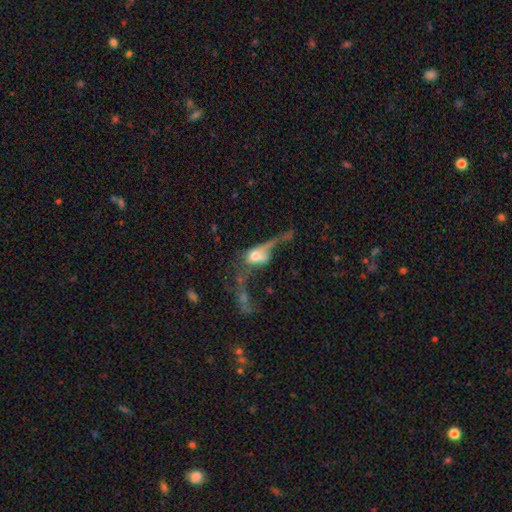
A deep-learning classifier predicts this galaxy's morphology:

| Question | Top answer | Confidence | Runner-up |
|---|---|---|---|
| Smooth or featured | featured or disk | 49% | smooth (40%) |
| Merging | major disturbance | 49% | merger (25%) |